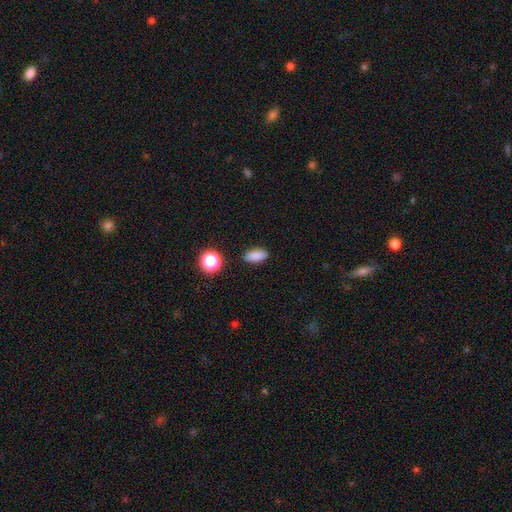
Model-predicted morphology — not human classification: A smooth galaxy with no disk features (86%) that is in between round and cigar-shaped (86%). Merging: none (88%).